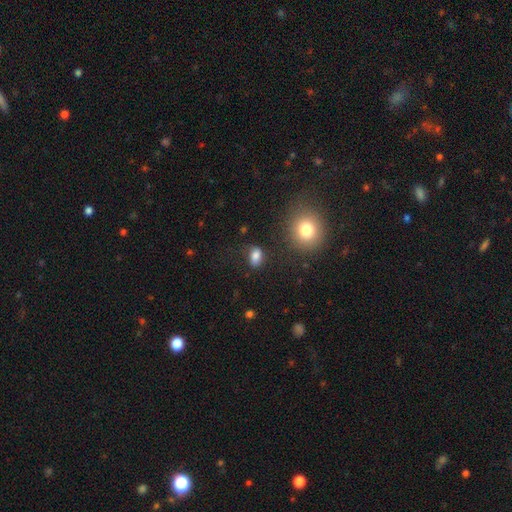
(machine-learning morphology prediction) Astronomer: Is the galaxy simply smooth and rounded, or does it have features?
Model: smooth — 81%.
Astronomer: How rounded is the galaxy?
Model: in between — 80%.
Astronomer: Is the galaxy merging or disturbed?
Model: none — 72%.